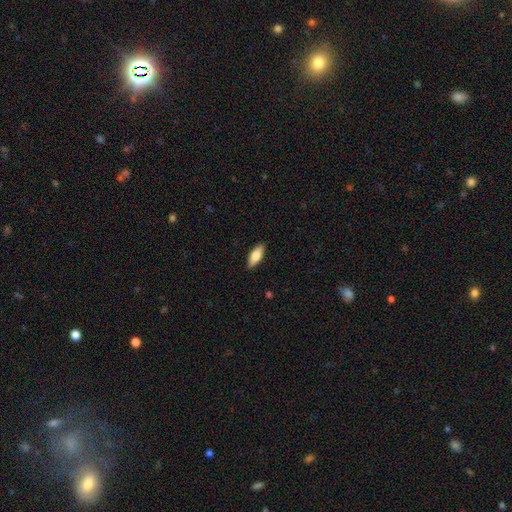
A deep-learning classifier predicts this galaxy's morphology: smooth_or_featured: smooth (p=0.75) [alt: featured or disk p=0.19]
how_rounded: in between (p=0.74) [alt: cigar-shaped p=0.24]
merging: none (p=0.88) [alt: minor disturbance p=0.09]